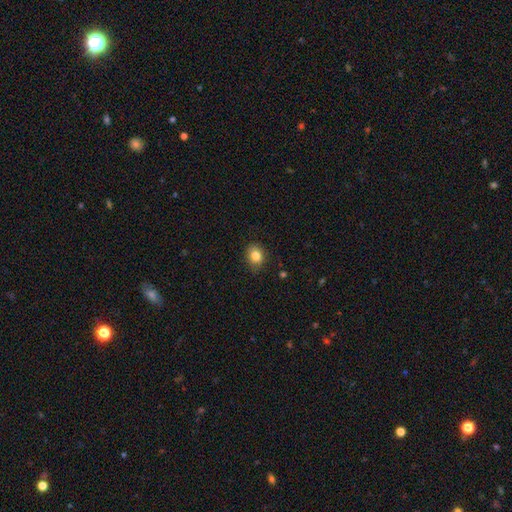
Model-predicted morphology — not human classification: Smooth or featured? smooth (83%)
How rounded? round (56%)
Merging? none (83%)